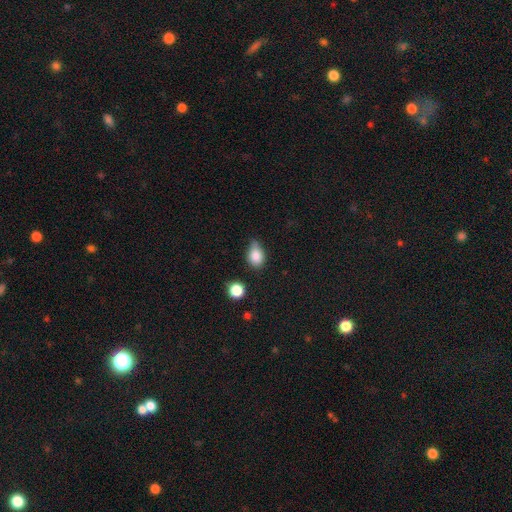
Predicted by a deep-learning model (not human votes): Morphology: type=smooth (83%); roundness=in between (66%); merging=none (46%).